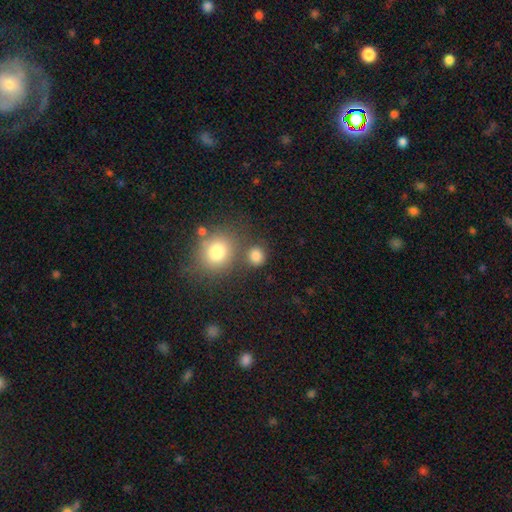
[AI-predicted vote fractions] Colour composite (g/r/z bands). It shows a smooth galaxy with no disk features (82%) that is round (82%). Merging: none (72%).